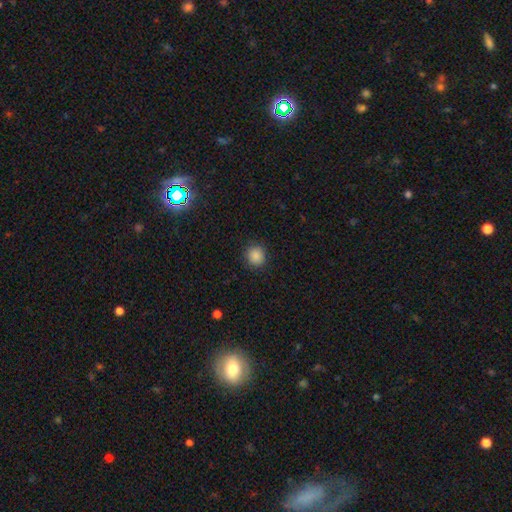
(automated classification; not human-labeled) Morphology: type=smooth (87%); roundness=round (90%); merging=none (90%).